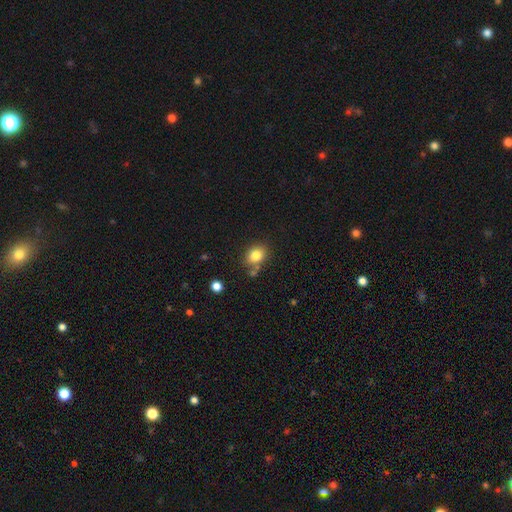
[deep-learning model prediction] smooth-or-featured: smooth: 81% | star or artifact: 11% | featured or disk: 8%
  how-rounded: in between: 56% | round: 43% | cigar-shaped: 1%
  merging: none: 71% | minor disturbance: 14% | merger: 11% | major disturbance: 4%